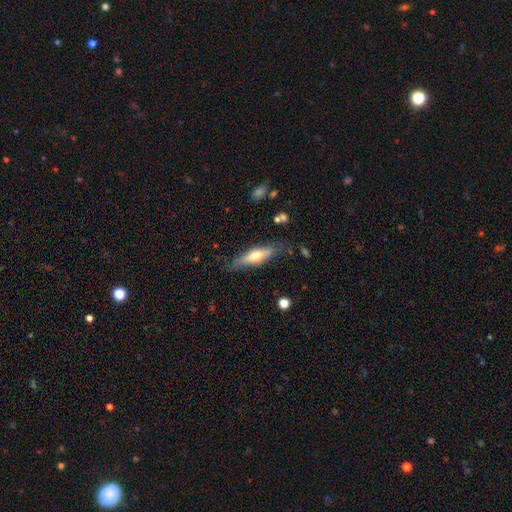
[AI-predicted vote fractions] Smooth or featured?
  - smooth: 47% *
  - featured or disk: 46%
  - star or artifact: 6%
Merging?
  - none: 77% *
  - minor disturbance: 17%
  - major disturbance: 4%
  - merger: 2%